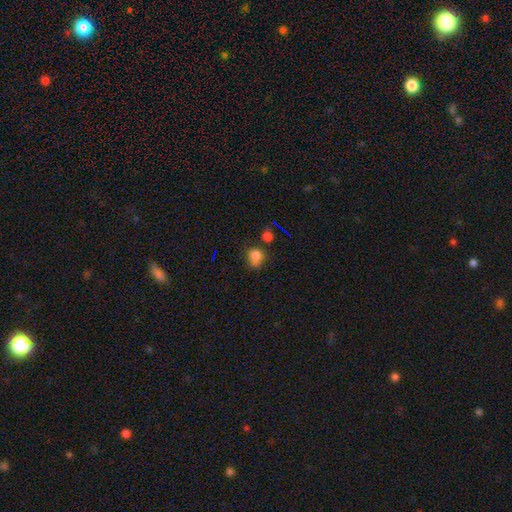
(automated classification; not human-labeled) Q: Smooth or featured?
A: smooth (74%); runner-up: star or artifact (17%)
Q: How rounded?
A: round (68%); runner-up: in between (31%)
Q: Merging?
A: none (49%); runner-up: minor disturbance (23%)